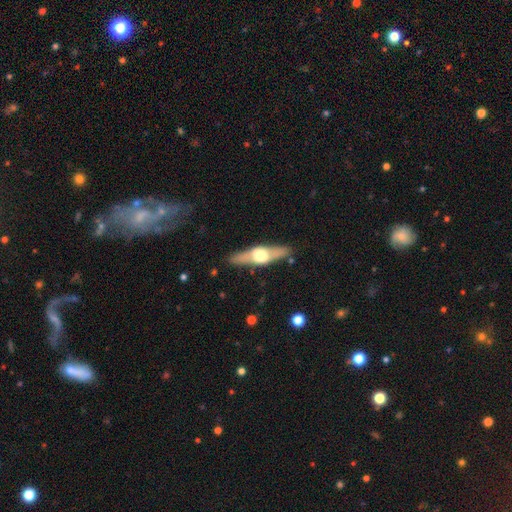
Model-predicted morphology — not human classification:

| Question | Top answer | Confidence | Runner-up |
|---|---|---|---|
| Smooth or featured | featured or disk | 50% | smooth (28%) |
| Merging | none | 74% | minor disturbance (14%) |